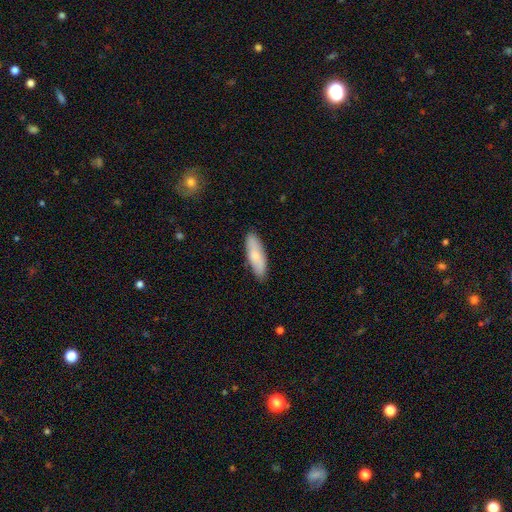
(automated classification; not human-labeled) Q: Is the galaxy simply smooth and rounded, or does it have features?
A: smooth — 76%.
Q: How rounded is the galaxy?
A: in between — 51%.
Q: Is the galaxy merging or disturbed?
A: none — 87%.